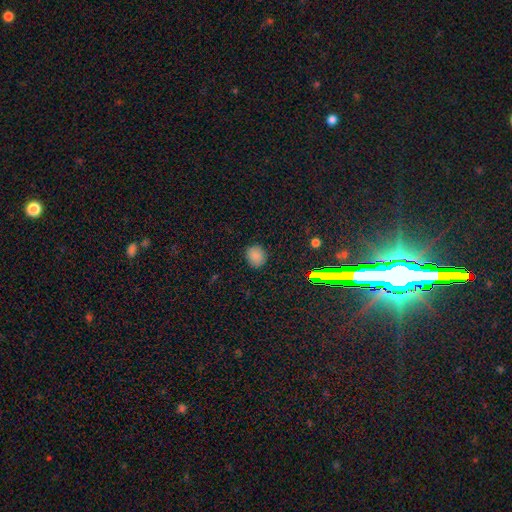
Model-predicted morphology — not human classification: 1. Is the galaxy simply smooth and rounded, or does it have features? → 82% smooth, 14% star or artifact, 4% featured or disk.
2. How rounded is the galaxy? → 80% round, 19% in between, 1% cigar-shaped.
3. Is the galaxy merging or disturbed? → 88% none, 8% minor disturbance, 2% major disturbance, 1% merger.